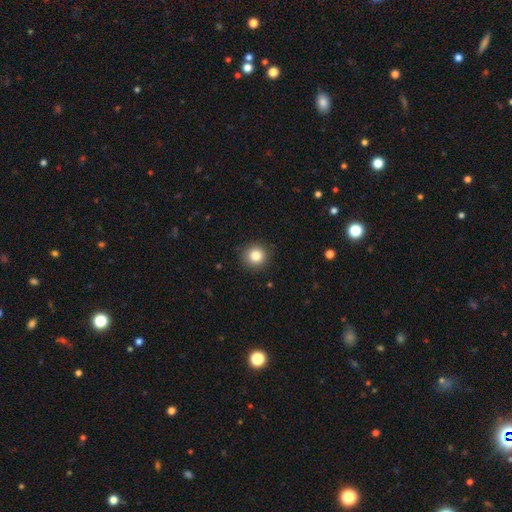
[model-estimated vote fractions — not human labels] The model was most divided on "smooth or featured": smooth: 84%, star or artifact: 10%, featured or disk: 5%. More confident: how rounded — round (93%); merging — none (91%).